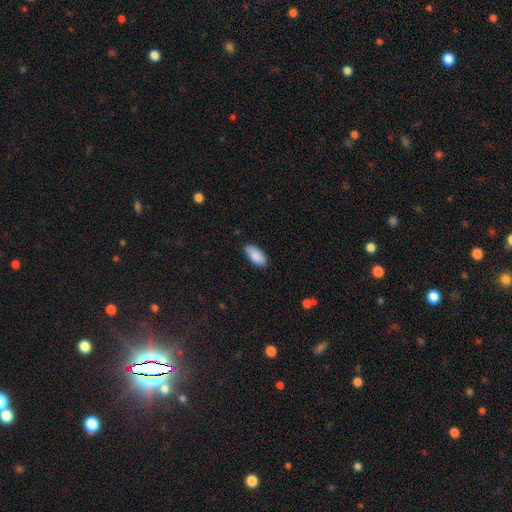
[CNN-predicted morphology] The model was most divided on "merging": none: 84%, minor disturbance: 13%, major disturbance: 2%, merger: 1%. More confident: how rounded — in between (91%); smooth or featured — smooth (88%).